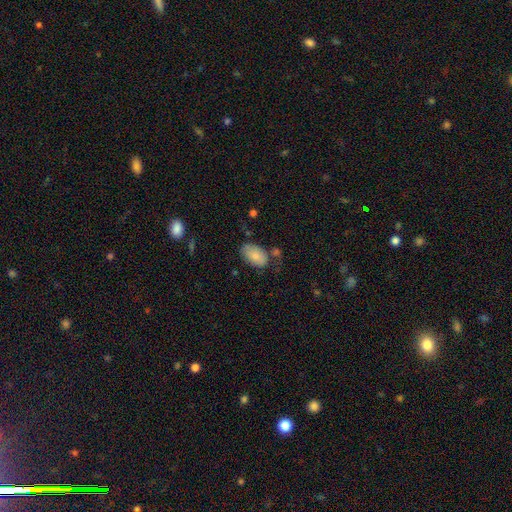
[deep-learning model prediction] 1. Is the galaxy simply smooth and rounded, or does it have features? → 81% smooth, 12% featured or disk, 7% star or artifact.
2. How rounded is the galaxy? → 93% in between, 6% round, 1% cigar-shaped.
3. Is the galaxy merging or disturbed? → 56% none, 26% minor disturbance, 10% major disturbance, 9% merger.